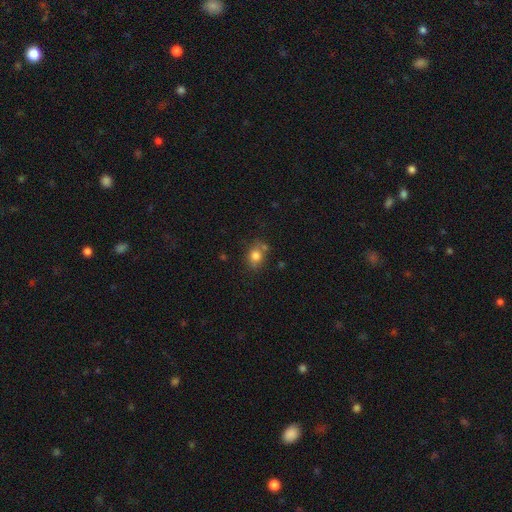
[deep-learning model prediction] Q: Smooth or featured?
A: smooth (79%); runner-up: star or artifact (11%)
Q: How rounded?
A: round (56%); runner-up: in between (42%)
Q: Merging?
A: none (65%); runner-up: minor disturbance (18%)